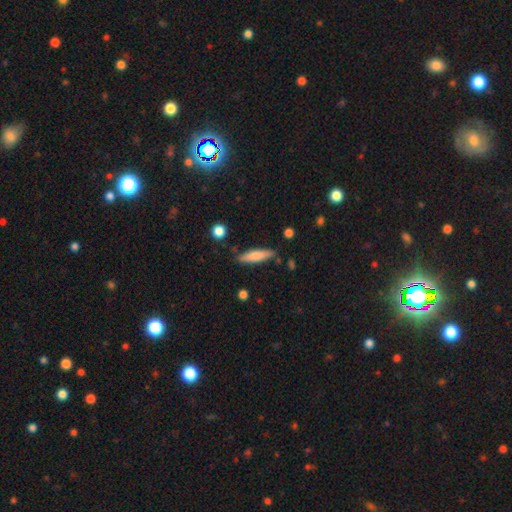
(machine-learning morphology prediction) This is likely a smooth galaxy (75%). How rounded: likely cigar-shaped (77%). Merging: clearly none (82%).